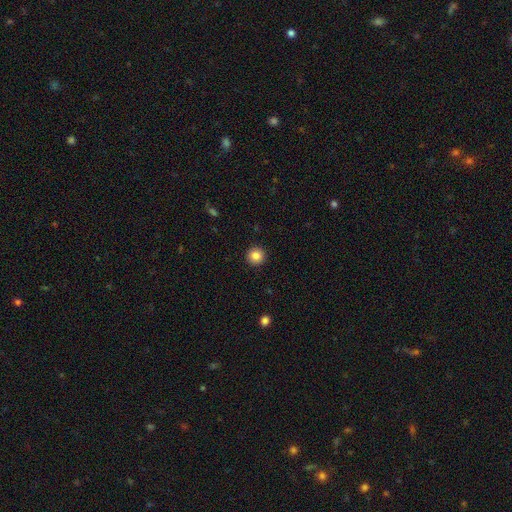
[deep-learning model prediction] This is clearly a smooth galaxy (85%). How rounded: clearly round (95%). Merging: clearly none (93%).